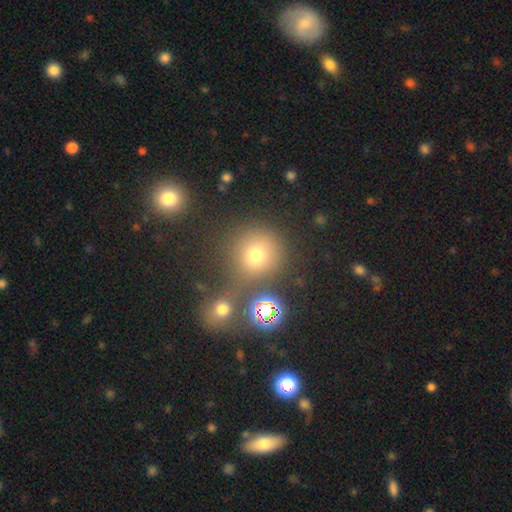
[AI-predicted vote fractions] The model was most divided on "smooth or featured": smooth: 68%, star or artifact: 22%, featured or disk: 10%. More confident: how rounded — round (91%); merging — none (71%).